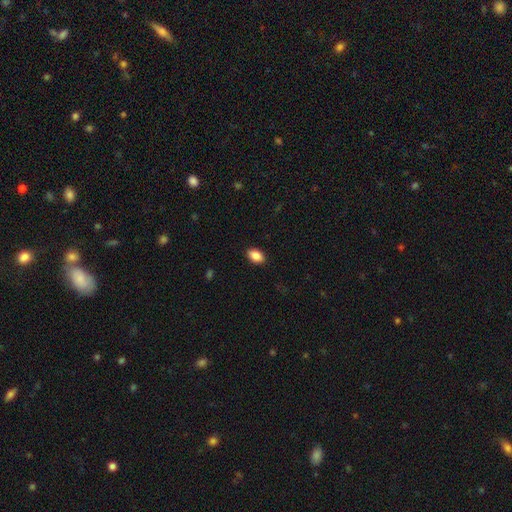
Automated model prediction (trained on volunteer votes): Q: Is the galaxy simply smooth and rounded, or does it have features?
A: smooth — 88%.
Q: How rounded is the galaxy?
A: in between — 90%.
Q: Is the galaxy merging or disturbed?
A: none — 89%.